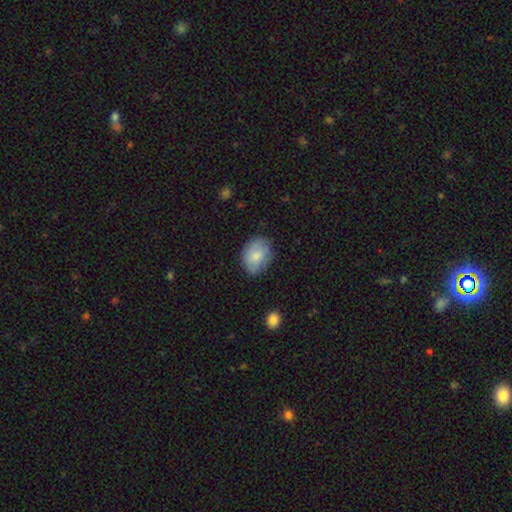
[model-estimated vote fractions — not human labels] smooth-or-featured: smooth: 76% | featured or disk: 17% | star or artifact: 7%
  how-rounded: in between: 65% | round: 34% | cigar-shaped: 1%
  merging: none: 74% | minor disturbance: 20% | major disturbance: 4% | merger: 2%